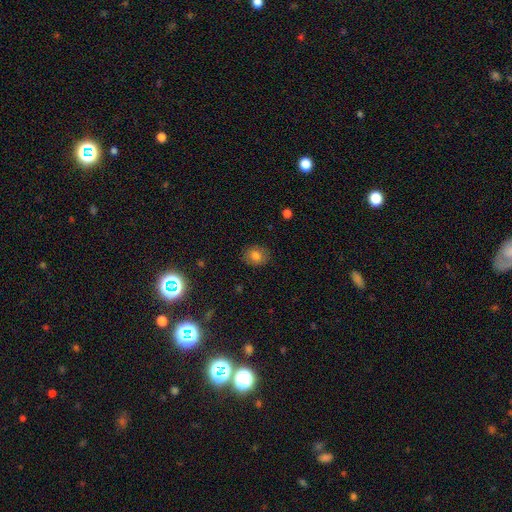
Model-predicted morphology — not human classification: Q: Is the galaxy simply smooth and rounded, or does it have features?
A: smooth — 78%.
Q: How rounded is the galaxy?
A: round — 58%.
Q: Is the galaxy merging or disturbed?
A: none — 86%.